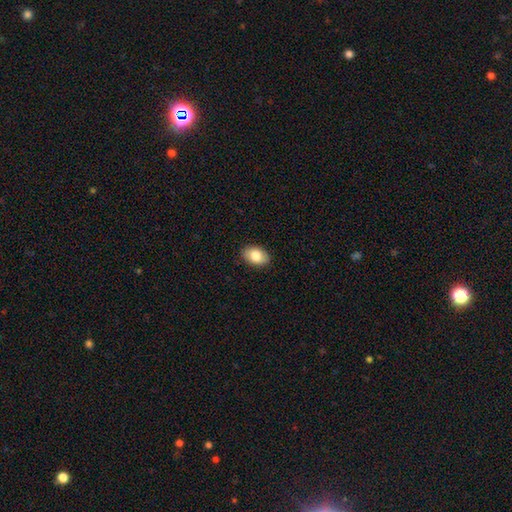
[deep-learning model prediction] Smooth or featured? Predicted: smooth (p=0.84). How rounded? Predicted: in between (p=0.89). Merging? Predicted: none (p=0.89).